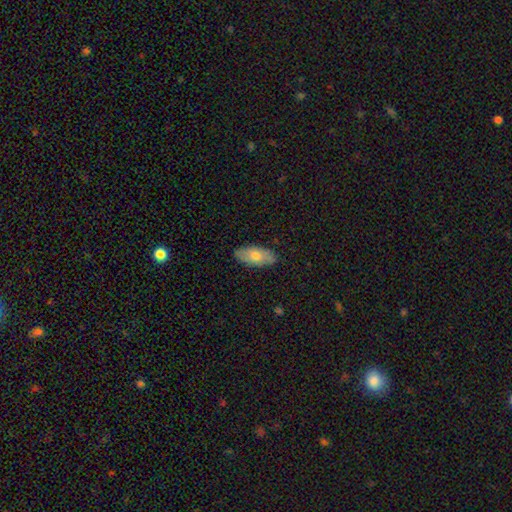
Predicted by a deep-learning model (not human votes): smooth_or_featured: smooth (p=0.69) [alt: featured or disk p=0.25]
how_rounded: in between (p=0.89) [alt: cigar-shaped p=0.08]
merging: none (p=0.85) [alt: minor disturbance p=0.11]